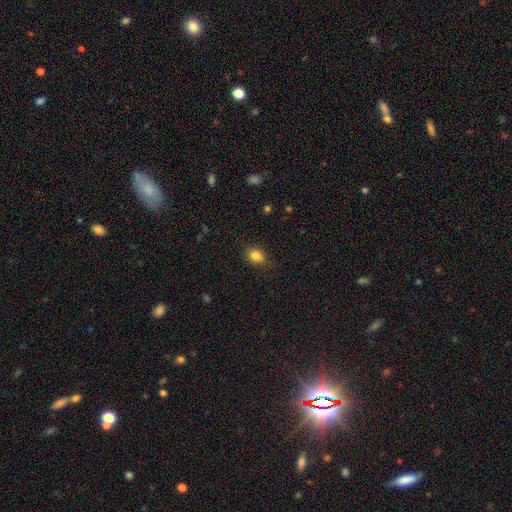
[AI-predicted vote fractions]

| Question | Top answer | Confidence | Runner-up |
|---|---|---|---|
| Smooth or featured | smooth | 82% | star or artifact (11%) |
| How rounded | round | 55% | in between (44%) |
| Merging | none | 80% | minor disturbance (15%) |